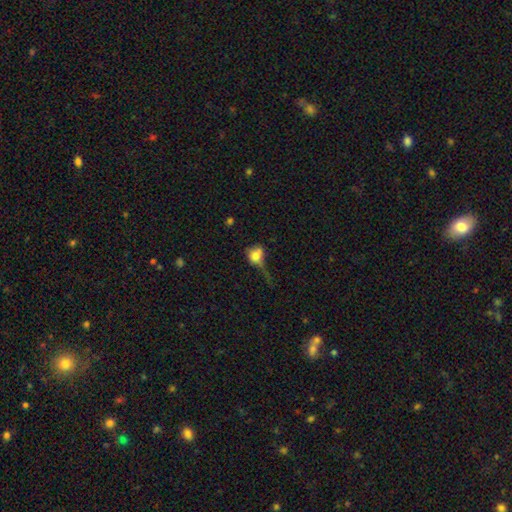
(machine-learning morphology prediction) This appears to be a smooth galaxy with no disk features (67%) that is round (56%). Merging: major disturbance (40%).